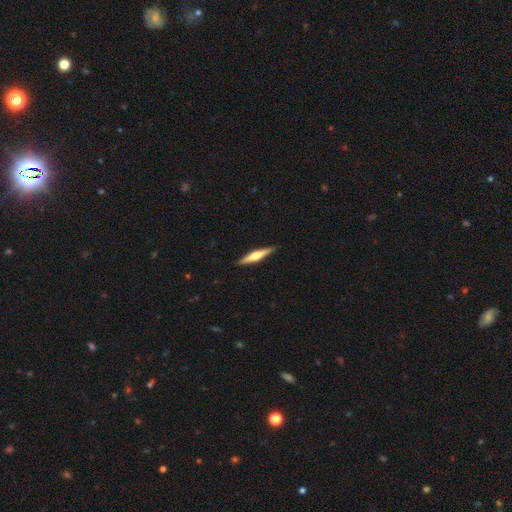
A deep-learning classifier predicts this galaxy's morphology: Overall: featured or disk (60%; smooth 34%). Edge-on disk: yes (97%). Edge-on bulge: rounded (84%). Merging: none (91%).